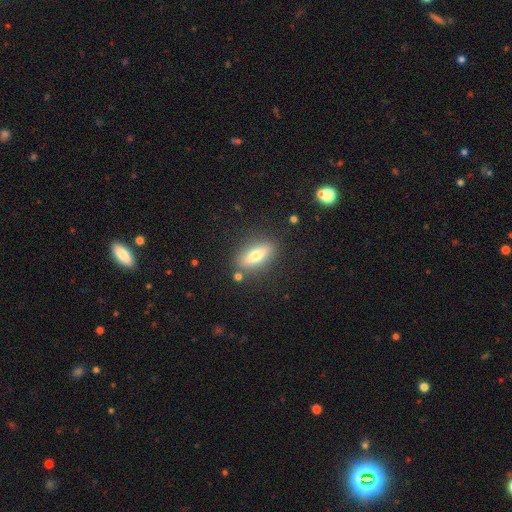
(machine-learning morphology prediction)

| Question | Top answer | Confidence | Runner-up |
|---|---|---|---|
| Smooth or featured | smooth | 58% | featured or disk (34%) |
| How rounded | in between | 60% | cigar-shaped (36%) |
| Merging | none | 84% | minor disturbance (10%) |